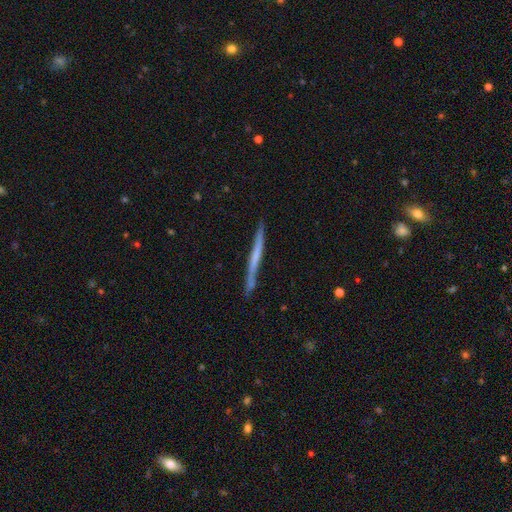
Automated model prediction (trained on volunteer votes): featured or disk 52%, smooth 42%, star or artifact 6%. Down the decision tree: edge-on disk — yes (96%); merging — none (84%).